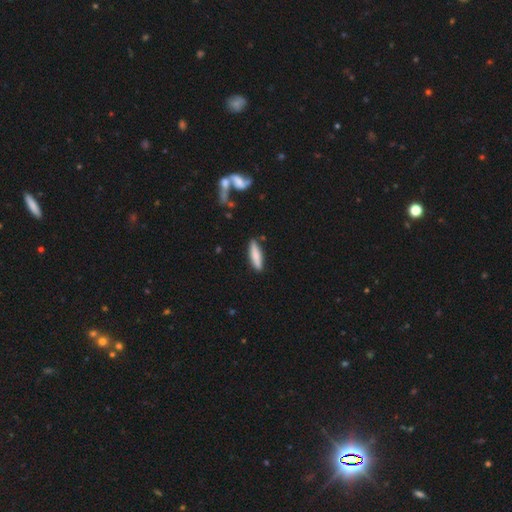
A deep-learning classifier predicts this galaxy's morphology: A smooth galaxy with no disk features (76%) that is cigar-shaped (74%). Merging: none (86%).